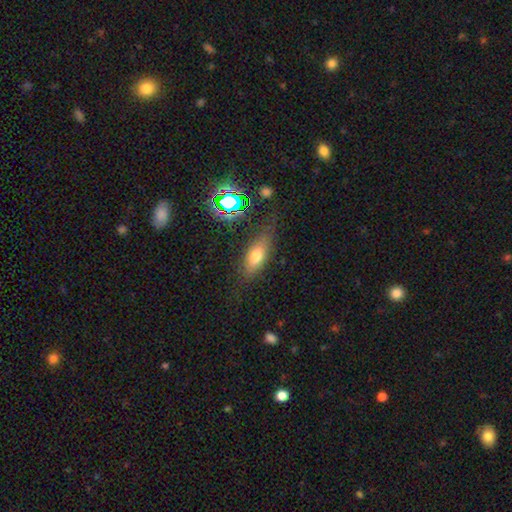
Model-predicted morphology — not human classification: smooth 65%, featured or disk 20%, star or artifact 14%. Down the decision tree: how rounded — in between (71%); merging — none (72%).